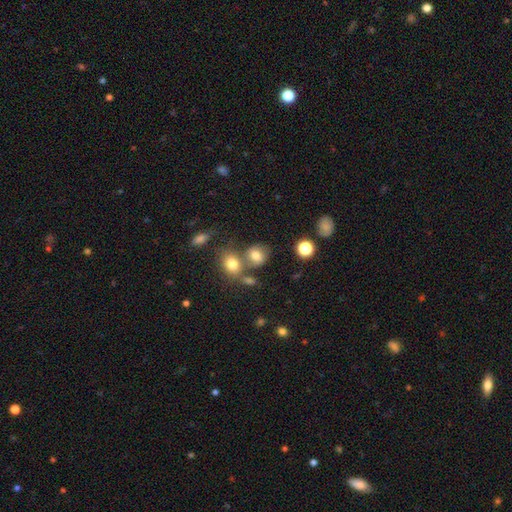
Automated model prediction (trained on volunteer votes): smooth-or-featured: smooth: 75% | star or artifact: 13% | featured or disk: 12%
  how-rounded: round: 61% | in between: 38% | cigar-shaped: 1%
  merging: none: 54% | merger: 26% | minor disturbance: 14% | major disturbance: 6%